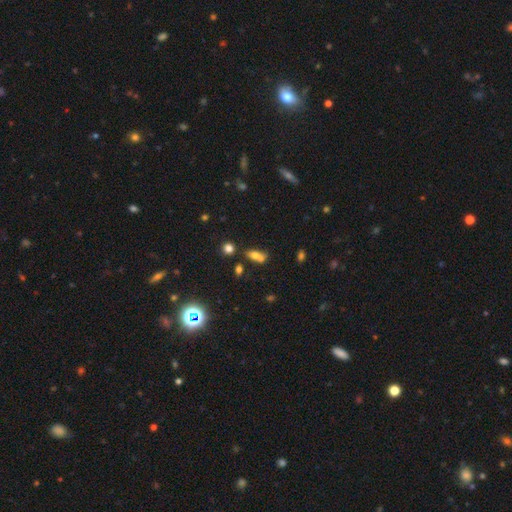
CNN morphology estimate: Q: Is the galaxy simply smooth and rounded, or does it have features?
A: smooth — 66%.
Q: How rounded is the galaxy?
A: in between — 70%.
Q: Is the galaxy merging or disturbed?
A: merger — 43%.